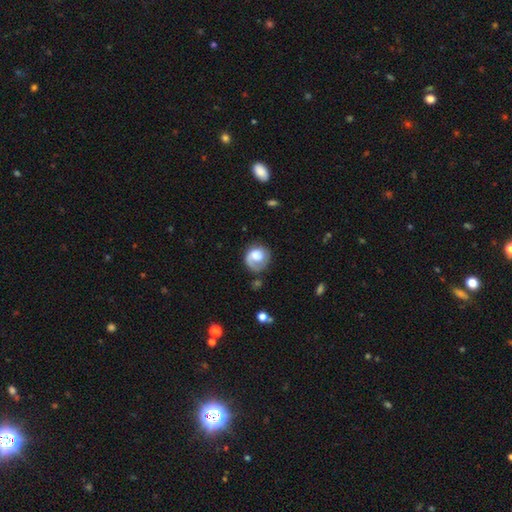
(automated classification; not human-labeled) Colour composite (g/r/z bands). It shows a smooth galaxy with no disk features (47%). Merging: none (55%).